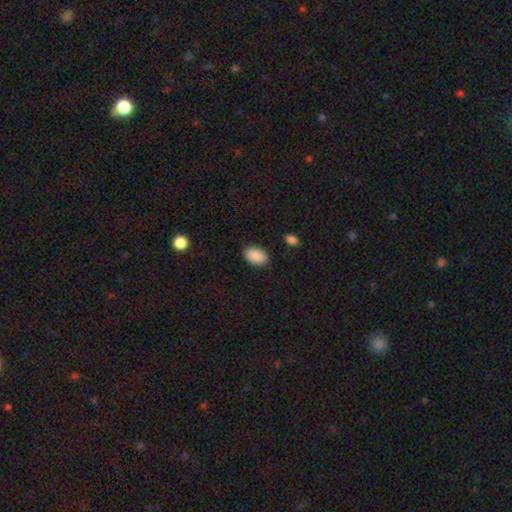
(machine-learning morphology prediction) The model was most divided on "merging": none: 88%, minor disturbance: 9%, major disturbance: 2%, merger: 1%. More confident: smooth or featured — smooth (90%); how rounded — in between (89%).